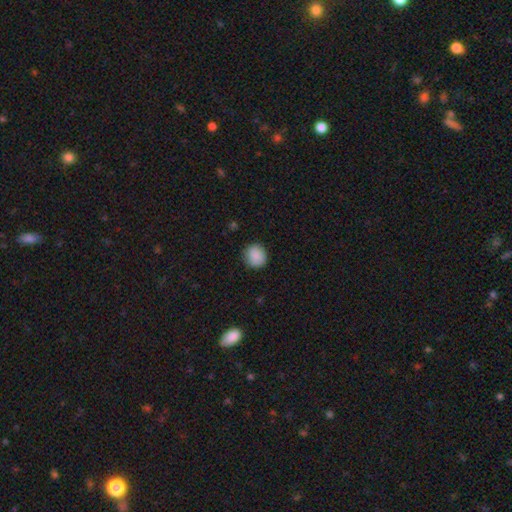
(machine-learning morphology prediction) Smooth or featured? smooth (88%)
How rounded? round (88%)
Merging? none (85%)